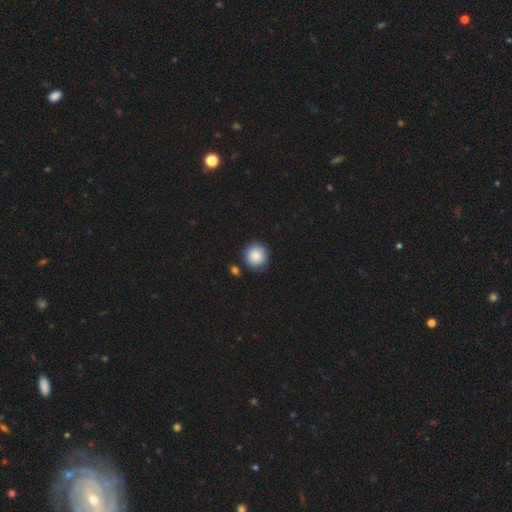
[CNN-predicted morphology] A smooth galaxy with no disk features (87%) that is round (93%). Merging: none (82%).